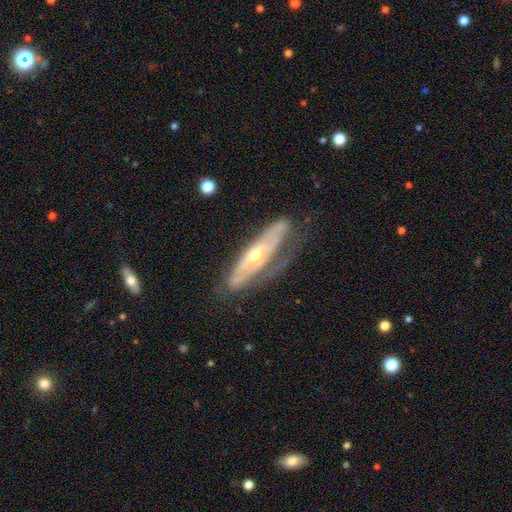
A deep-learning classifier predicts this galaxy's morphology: The model was most divided on "bulge size": moderate: 49%, small: 46%, large: 3%, none: 1%, dominant: 1%. More confident: smooth or featured — featured or disk (75%); spiral arms — yes (71%); bar — no (67%); edge-on disk — no (67%); merging — none (51%).